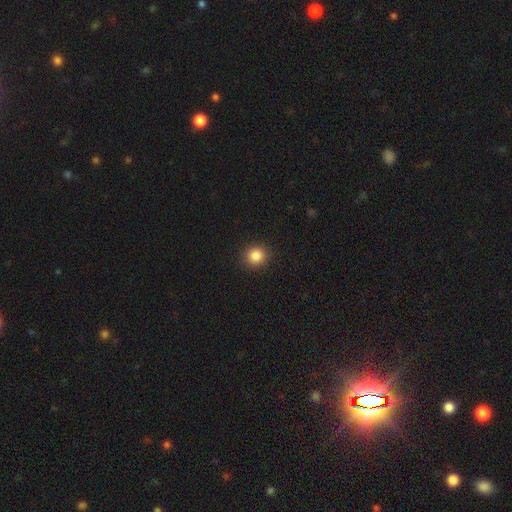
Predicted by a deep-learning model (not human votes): Smooth or featured? Predicted: smooth (p=0.86). How rounded? Predicted: round (p=0.84). Merging? Predicted: none (p=0.91).